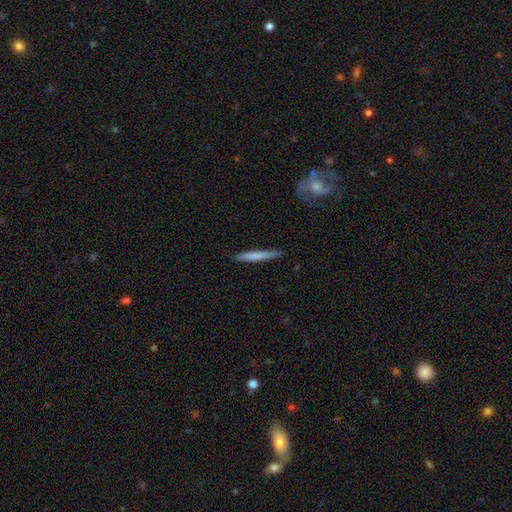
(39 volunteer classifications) A smooth galaxy with no disk features (69%) that is cigar-shaped (96%). Merging: none (72%).